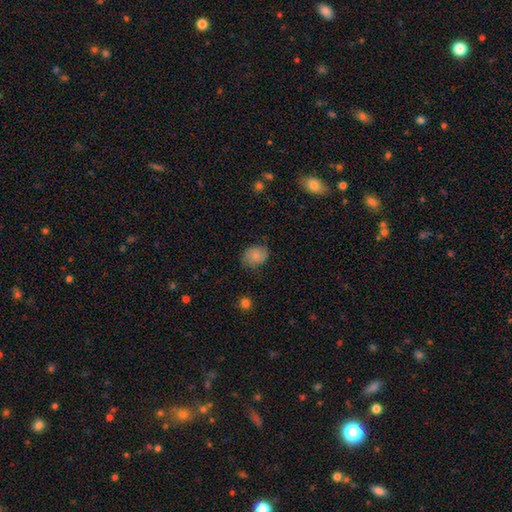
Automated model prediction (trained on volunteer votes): Smooth or featured?
  - smooth: 79% *
  - featured or disk: 13%
  - star or artifact: 8%
How rounded?
  - in between: 54% *
  - round: 45%
  - cigar-shaped: 1%
Merging?
  - none: 71% *
  - minor disturbance: 22%
  - major disturbance: 5%
  - merger: 1%